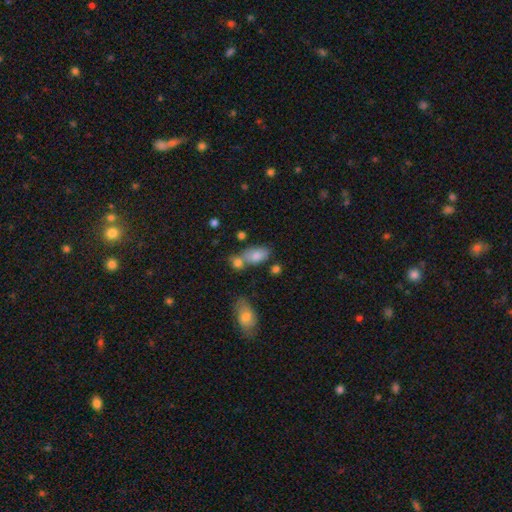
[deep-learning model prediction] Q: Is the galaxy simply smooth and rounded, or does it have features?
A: smooth — 80%.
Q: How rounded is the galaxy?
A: in between — 91%.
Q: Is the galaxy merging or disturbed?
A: none — 47%.